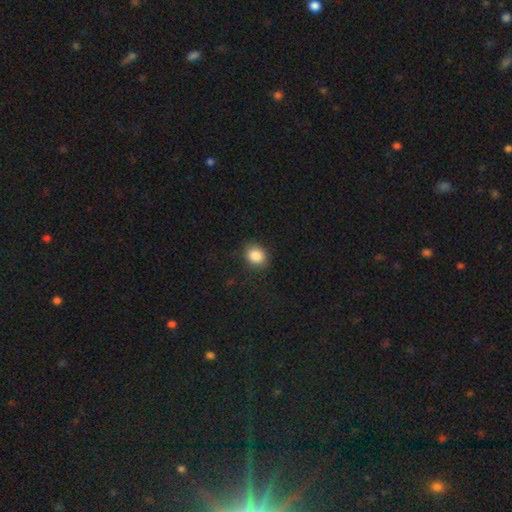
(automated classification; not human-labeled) Smooth or featured?
  - smooth: 87% *
  - star or artifact: 9%
  - featured or disk: 4%
How rounded?
  - round: 55% *
  - in between: 44%
  - cigar-shaped: 1%
Merging?
  - none: 85% *
  - minor disturbance: 11%
  - major disturbance: 3%
  - merger: 1%